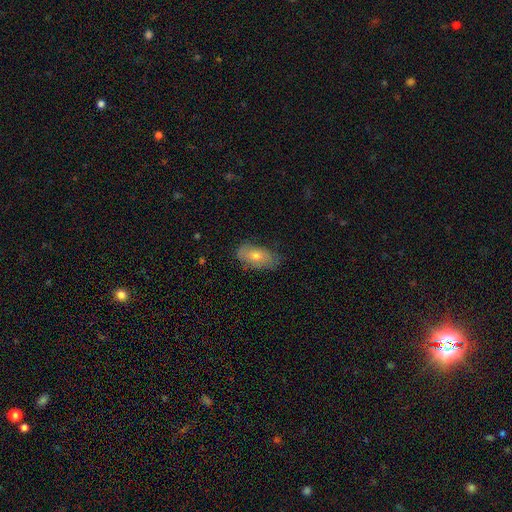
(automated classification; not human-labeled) A smooth galaxy with no disk features (60%) that is in between round and cigar-shaped (89%). Merging: none (71%).